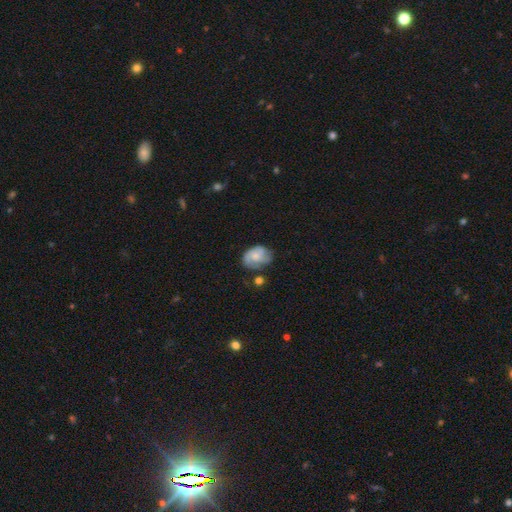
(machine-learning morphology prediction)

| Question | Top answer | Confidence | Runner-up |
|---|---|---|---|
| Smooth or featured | featured or disk | 49% | smooth (43%) |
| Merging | none | 49% | minor disturbance (30%) |